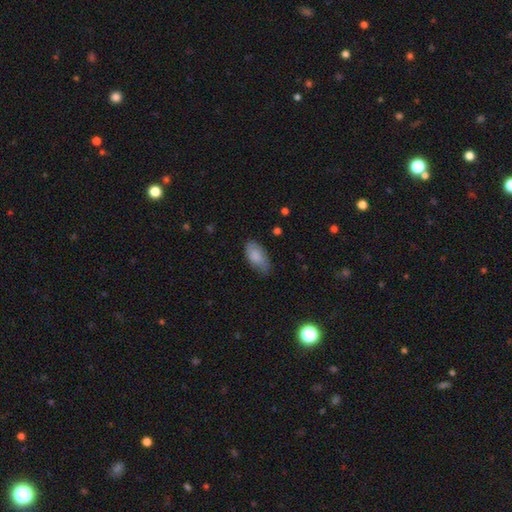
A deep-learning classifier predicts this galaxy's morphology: Smooth or featured?
  - smooth: 83% *
  - featured or disk: 11%
  - star or artifact: 6%
How rounded?
  - in between: 93% *
  - cigar-shaped: 4%
  - round: 3%
Merging?
  - none: 70% *
  - minor disturbance: 25%
  - major disturbance: 4%
  - merger: 1%